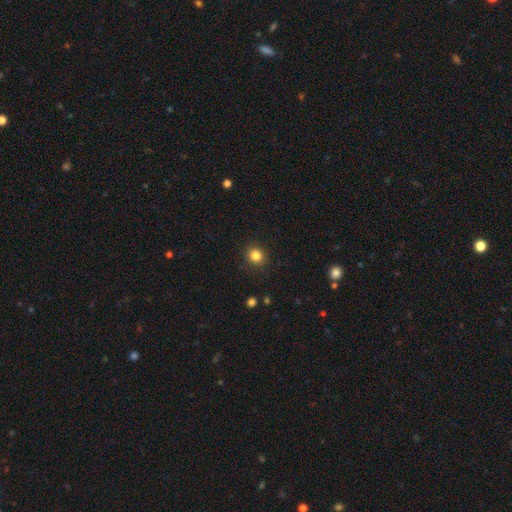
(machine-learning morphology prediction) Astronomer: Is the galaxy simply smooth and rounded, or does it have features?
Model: smooth — 84%.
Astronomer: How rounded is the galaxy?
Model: round — 84%.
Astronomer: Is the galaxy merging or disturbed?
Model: none — 90%.